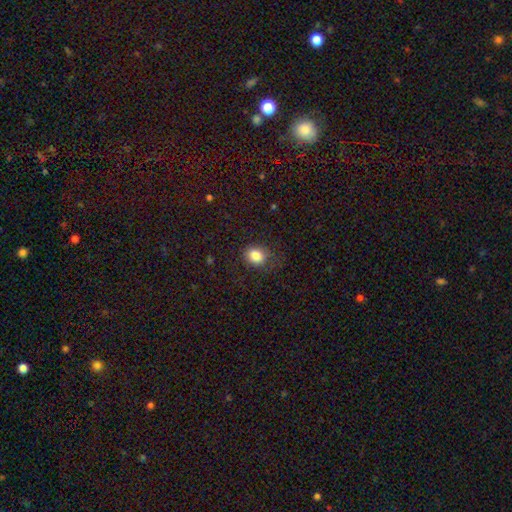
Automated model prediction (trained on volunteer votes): Smooth or featured? Predicted: smooth (p=0.84). How rounded? Predicted: round (p=0.52). Merging? Predicted: none (p=0.75).